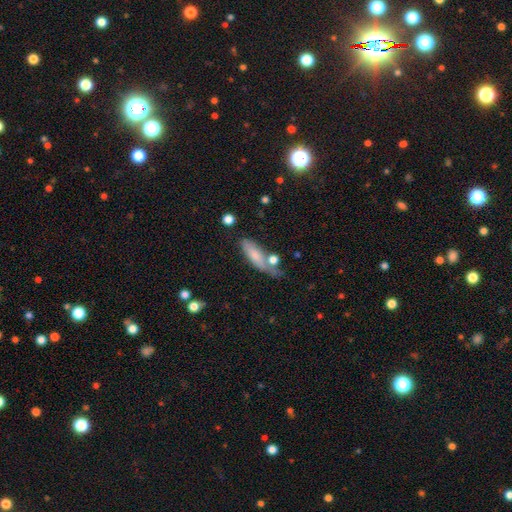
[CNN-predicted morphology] smooth 70%, featured or disk 22%, star or artifact 7%. Down the decision tree: how rounded — cigar-shaped (53%); merging — none (49%).